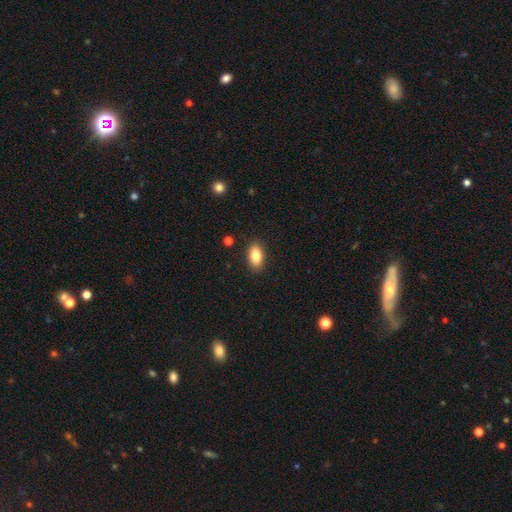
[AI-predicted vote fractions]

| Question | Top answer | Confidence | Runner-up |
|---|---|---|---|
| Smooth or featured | smooth | 84% | featured or disk (9%) |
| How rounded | in between | 91% | round (5%) |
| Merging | none | 89% | minor disturbance (8%) |